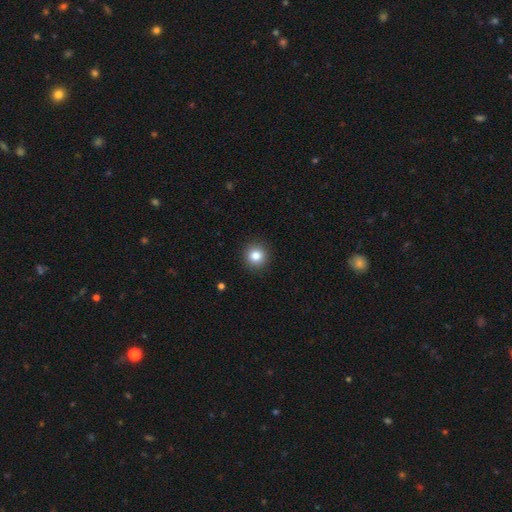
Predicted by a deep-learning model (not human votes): Smooth or featured?
  - smooth: 84% *
  - star or artifact: 10%
  - featured or disk: 6%
How rounded?
  - round: 92% *
  - in between: 7%
  - cigar-shaped: 1%
Merging?
  - none: 91% *
  - minor disturbance: 6%
  - major disturbance: 2%
  - merger: 1%